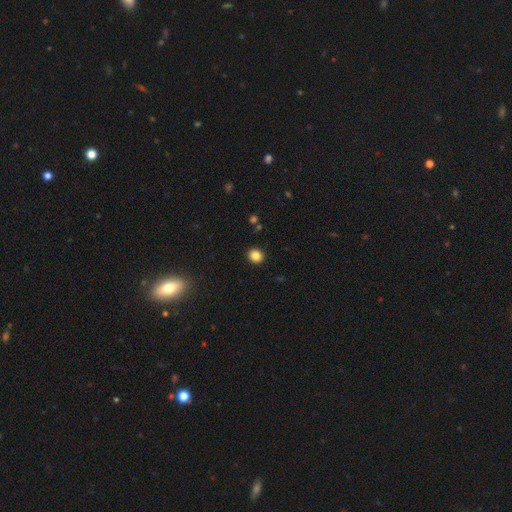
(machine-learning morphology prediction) A smooth galaxy with no disk features (84%) that is round (77%).

Vote fractions:
- Smooth or featured? smooth: 84% / star or artifact: 11% / featured or disk: 5%
- How rounded? round: 77% / in between: 22% / cigar-shaped: 1%
- Merging? none: 92% / minor disturbance: 5% / major disturbance: 2% / merger: 1%